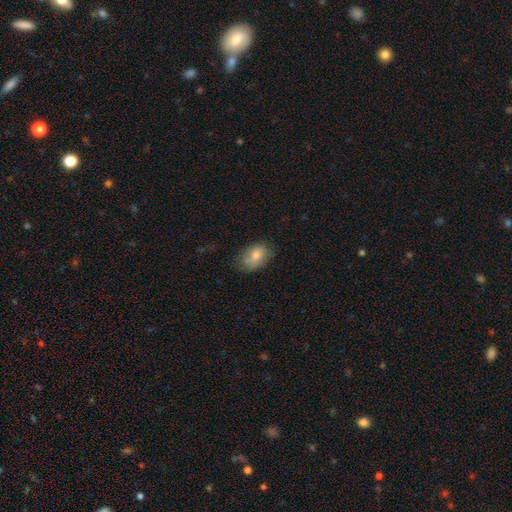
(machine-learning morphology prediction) The model was most divided on "merging": none: 63%, minor disturbance: 28%, major disturbance: 8%, merger: 2%. More confident: how rounded — in between (84%); smooth or featured — smooth (75%).